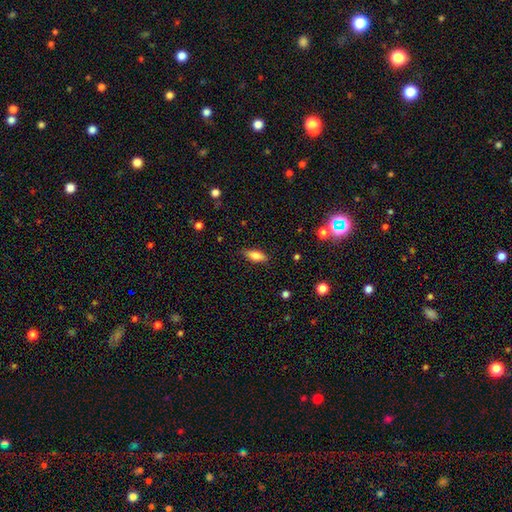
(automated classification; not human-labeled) This is likely a smooth galaxy (69%). How rounded: likely in between (67%). Merging: clearly none (86%).